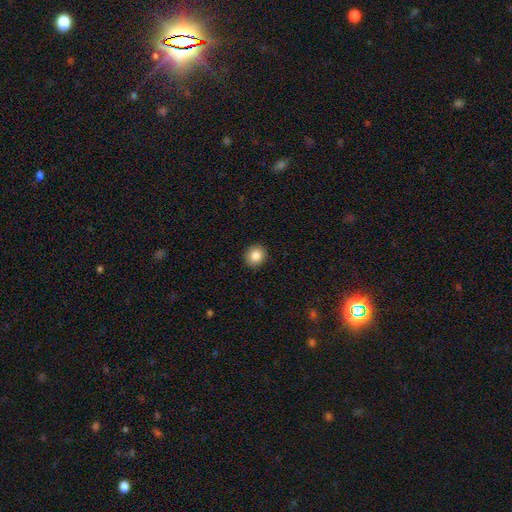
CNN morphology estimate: smooth-or-featured: smooth: 85% | star or artifact: 9% | featured or disk: 6%
  how-rounded: round: 83% | in between: 16% | cigar-shaped: 1%
  merging: none: 92% | minor disturbance: 5% | major disturbance: 2% | merger: 1%